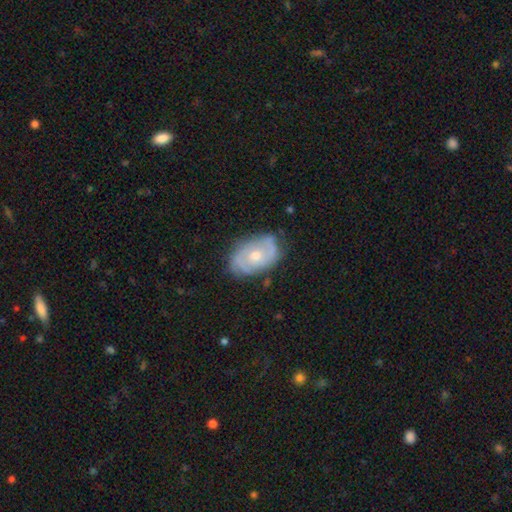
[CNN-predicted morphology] Smooth or featured? featured or disk (69%)
Edge-on disk? no (95%)
Bar? no (76%)
Spiral arms? yes (77%)
Spiral winding? tight (52%)
Spiral arm count? 2 (49%)
Bulge size? moderate (62%)
Merging? none (73%)